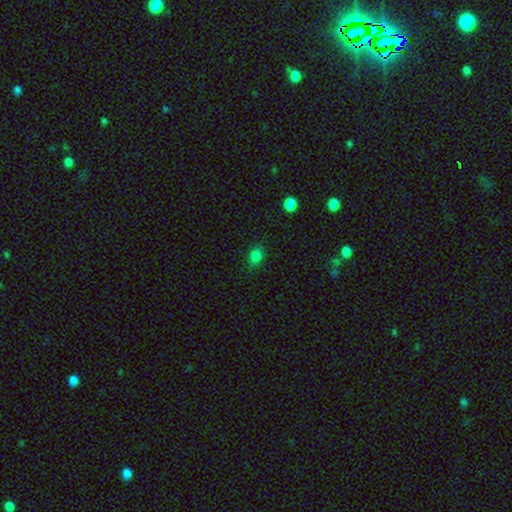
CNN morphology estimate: Overall: smooth (83%). How rounded: in between (66%; round 33%). Merging: none (80%).